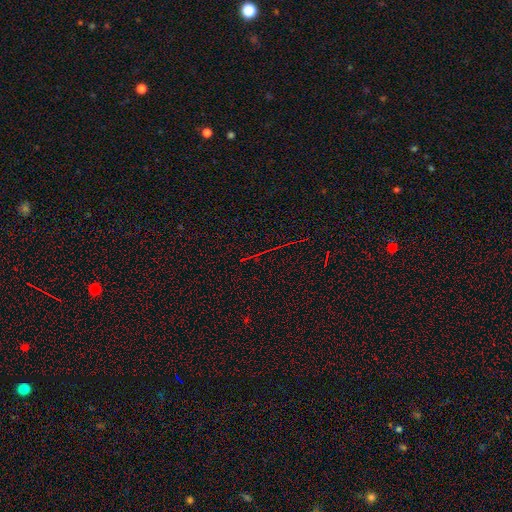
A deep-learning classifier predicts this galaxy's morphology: A star or artifact, not a galaxy (79%).